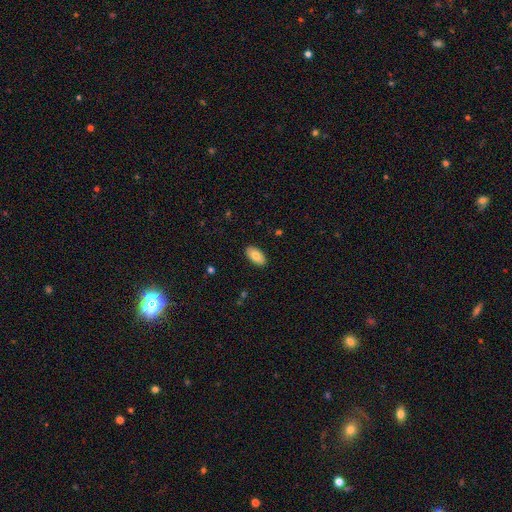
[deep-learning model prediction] smooth 79%, featured or disk 14%, star or artifact 6%. Down the decision tree: how rounded — in between (94%); merging — none (89%).